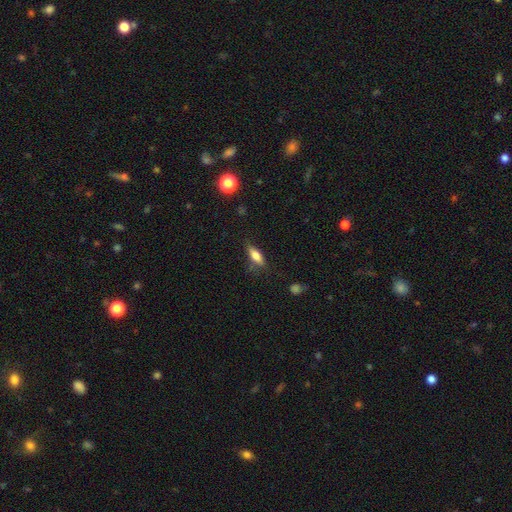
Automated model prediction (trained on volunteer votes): Smooth or featured? smooth (75%)
How rounded? in between (68%)
Merging? none (72%)